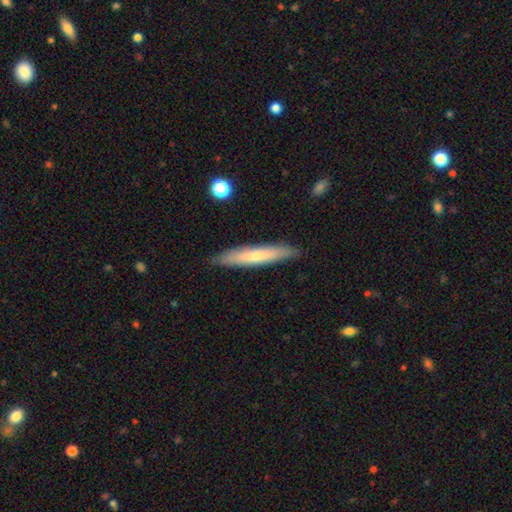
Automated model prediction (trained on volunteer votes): Smooth or featured: smooth — 58% (featured or disk — 36%)
How rounded: cigar-shaped — 91% (in between — 8%)
Merging: none — 88% (minor disturbance — 9%)